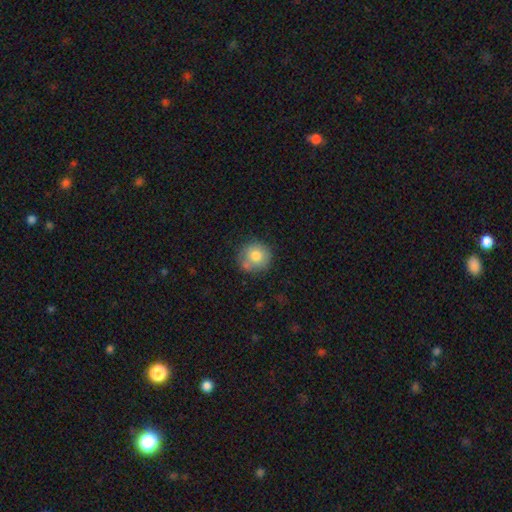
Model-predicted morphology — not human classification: A smooth galaxy with no disk features (77%) that is round (91%).

Vote fractions:
- Smooth or featured? smooth: 77% / featured or disk: 15% / star or artifact: 9%
- How rounded? round: 91% / in between: 8% / cigar-shaped: 1%
- Merging? none: 68% / minor disturbance: 17% / merger: 10% / major disturbance: 4%